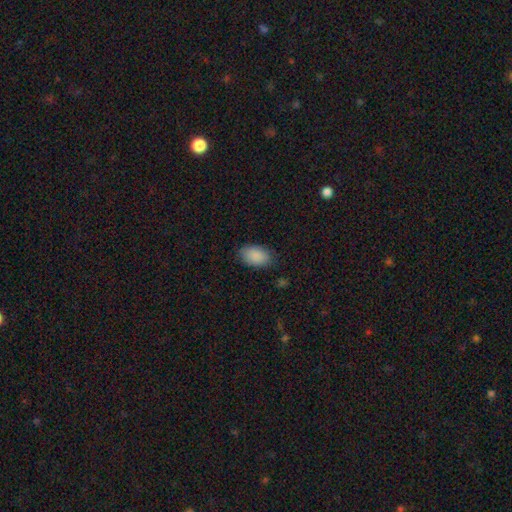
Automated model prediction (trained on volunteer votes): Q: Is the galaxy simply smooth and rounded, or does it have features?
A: smooth — 89%.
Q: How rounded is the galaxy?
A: in between — 92%.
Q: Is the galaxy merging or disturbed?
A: none — 83%.